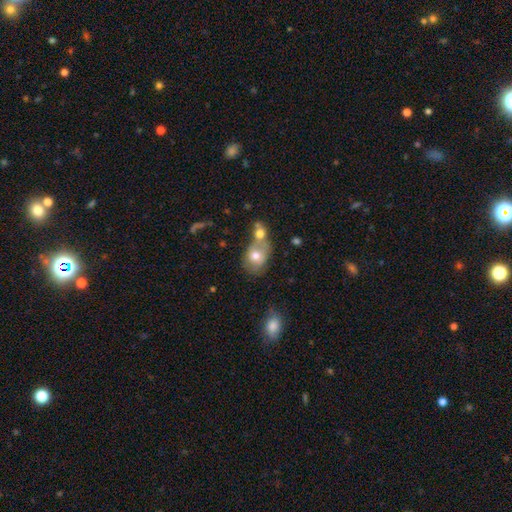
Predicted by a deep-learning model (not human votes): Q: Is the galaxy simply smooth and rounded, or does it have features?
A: smooth — 70%.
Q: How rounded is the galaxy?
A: in between — 54%.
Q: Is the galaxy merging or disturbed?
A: merger — 54%.